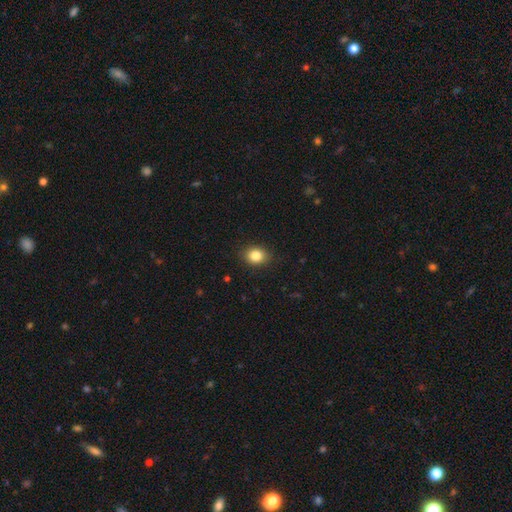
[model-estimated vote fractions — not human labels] smooth-or-featured: smooth: 84% | star or artifact: 10% | featured or disk: 6%
  how-rounded: round: 56% | in between: 43% | cigar-shaped: 1%
  merging: none: 89% | minor disturbance: 8% | major disturbance: 2% | merger: 1%